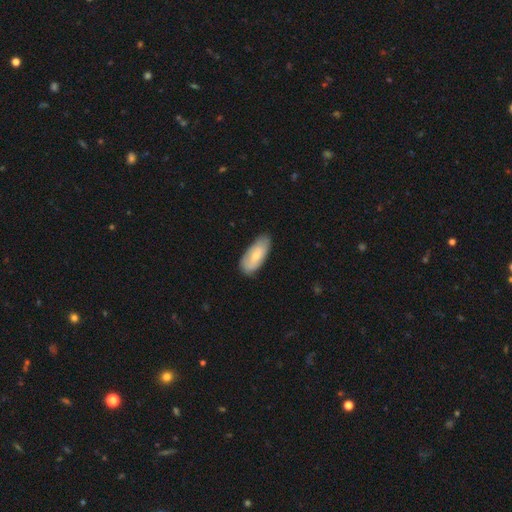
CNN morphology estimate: smooth 66%, featured or disk 29%, star or artifact 6%. Down the decision tree: how rounded — in between (87%); merging — none (75%).